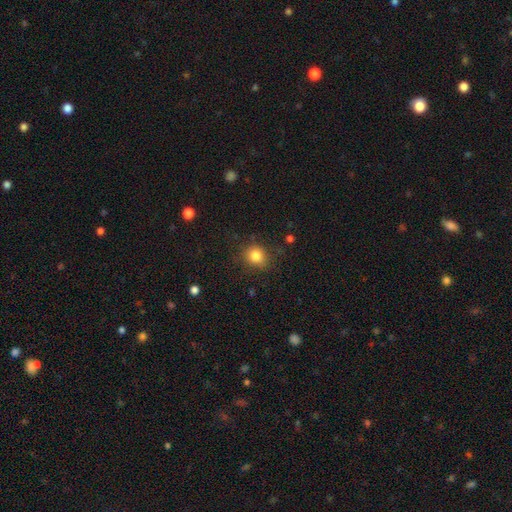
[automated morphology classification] This is clearly a smooth galaxy (83%). How rounded: likely round (79%). Merging: clearly none (82%).